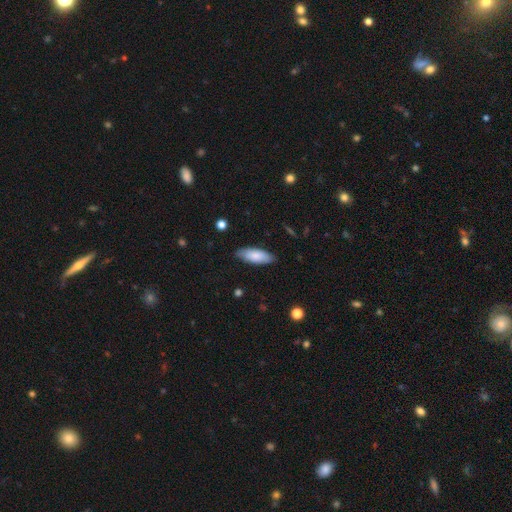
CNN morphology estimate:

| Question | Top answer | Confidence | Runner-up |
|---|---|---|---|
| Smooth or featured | smooth | 82% | featured or disk (13%) |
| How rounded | in between | 74% | cigar-shaped (24%) |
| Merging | none | 82% | minor disturbance (15%) |